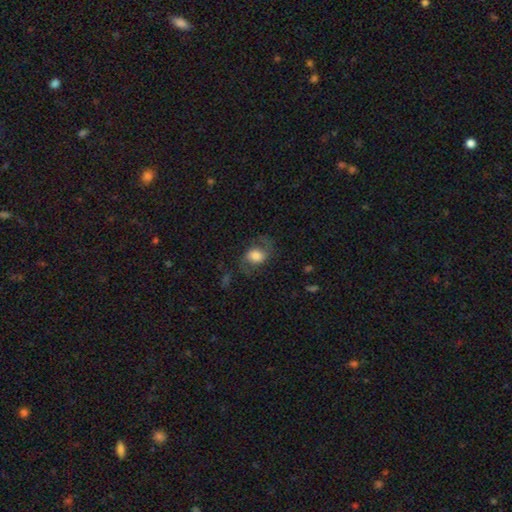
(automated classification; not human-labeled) featured or disk 49%, smooth 42%, star or artifact 9%. Down the decision tree: merging — none (63%).